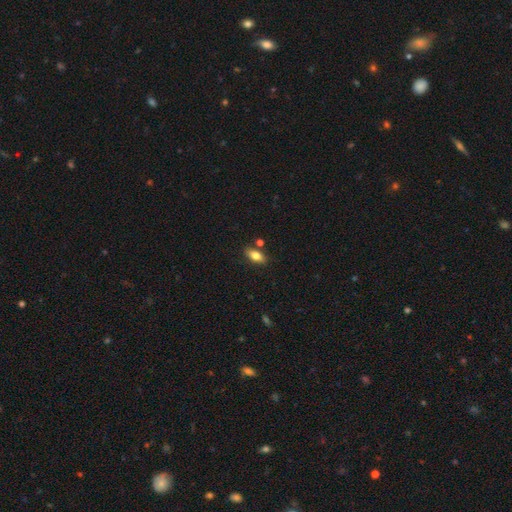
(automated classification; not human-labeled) Morphology: type=smooth (75%); roundness=in between (84%); merging=none (79%).